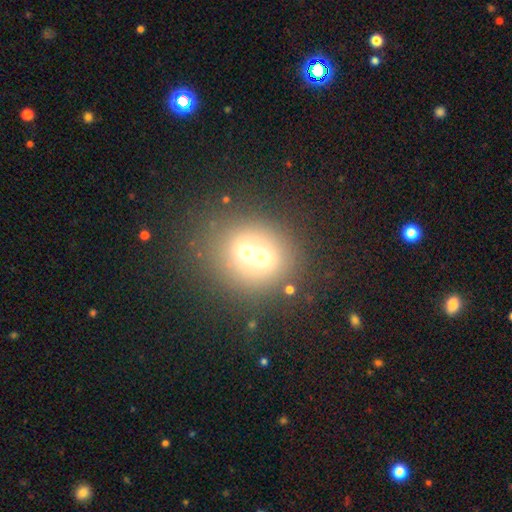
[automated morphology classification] smooth 60%, featured or disk 25%, star or artifact 15%. Down the decision tree: how rounded — round (81%); merging — merger (61%).